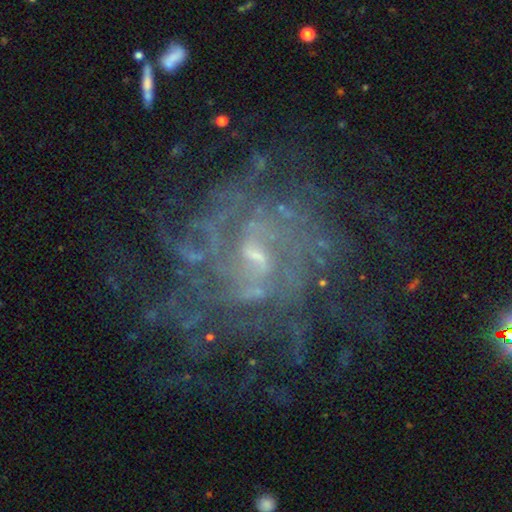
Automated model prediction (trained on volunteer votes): This appears to be a featured or disk galaxy (78%) with a weak bar (50%), tight (59%) spiral arms (88%) and a small central bulge (71%). Merging: none (70%).